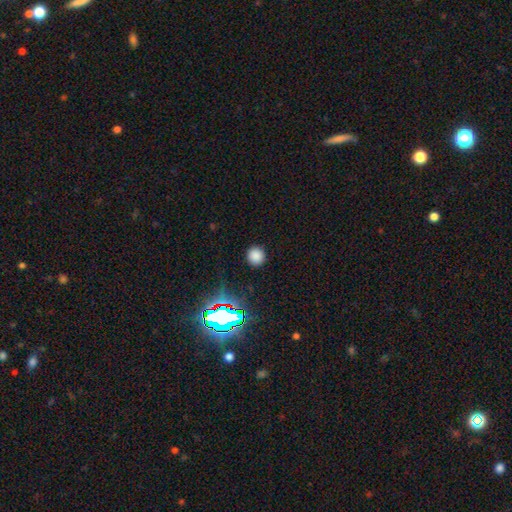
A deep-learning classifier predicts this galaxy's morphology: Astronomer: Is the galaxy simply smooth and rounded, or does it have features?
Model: smooth — 79%.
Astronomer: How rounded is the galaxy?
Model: round — 92%.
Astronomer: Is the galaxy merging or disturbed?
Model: none — 90%.